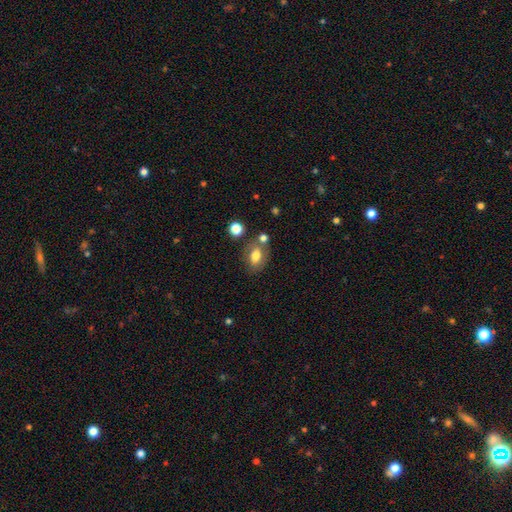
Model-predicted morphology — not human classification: The model was most divided on "merging": none: 64%, minor disturbance: 15%, merger: 15%, major disturbance: 5%. More confident: how rounded — in between (77%); smooth or featured — smooth (73%).